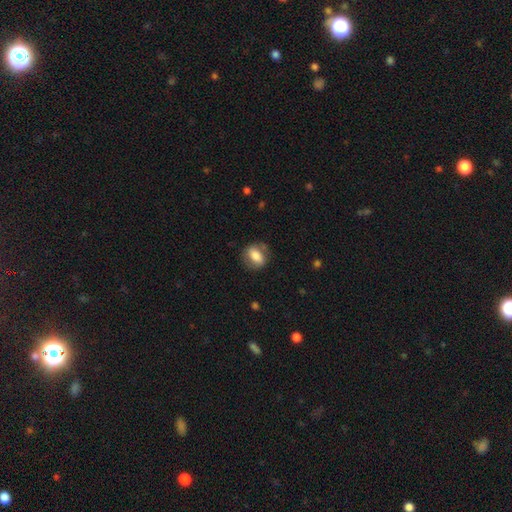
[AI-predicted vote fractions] Q: Smooth or featured?
A: smooth (68%); runner-up: featured or disk (25%)
Q: How rounded?
A: in between (67%); runner-up: round (30%)
Q: Merging?
A: none (72%); runner-up: minor disturbance (18%)